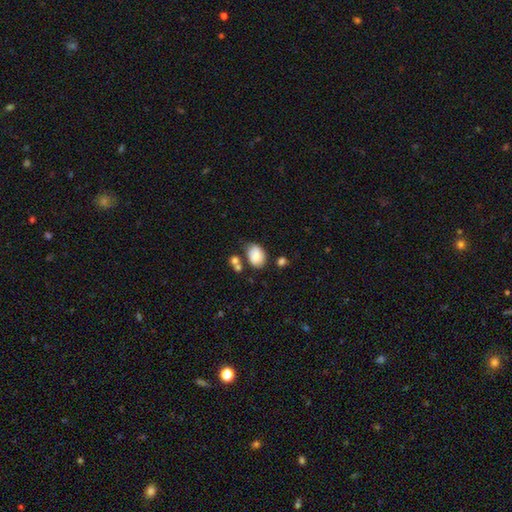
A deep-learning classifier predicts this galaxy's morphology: Smooth or featured: smooth — 80% (featured or disk — 11%)
How rounded: in between — 77% (round — 22%)
Merging: none — 57% (minor disturbance — 24%)